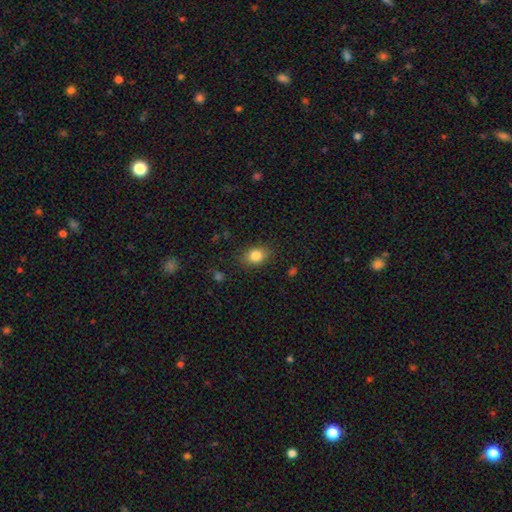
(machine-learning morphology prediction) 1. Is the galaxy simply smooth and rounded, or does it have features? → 83% smooth, 10% star or artifact, 7% featured or disk.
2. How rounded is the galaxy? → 59% in between, 39% round, 1% cigar-shaped.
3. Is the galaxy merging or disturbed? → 83% none, 12% minor disturbance, 3% major disturbance, 1% merger.